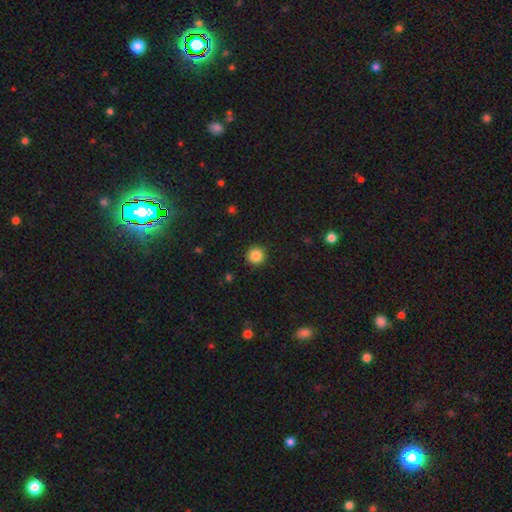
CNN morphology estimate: smooth-or-featured: smooth: 86% | star or artifact: 11% | featured or disk: 4%
  how-rounded: round: 95% | in between: 4% | cigar-shaped: 1%
  merging: none: 92% | minor disturbance: 5% | major disturbance: 2% | merger: 1%